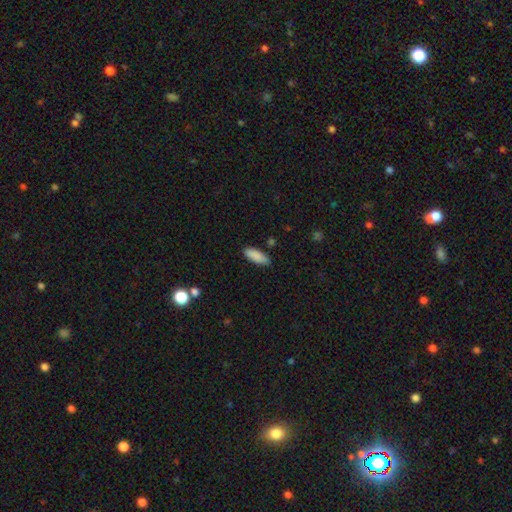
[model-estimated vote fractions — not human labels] A smooth galaxy with no disk features (88%) that is in between round and cigar-shaped (66%). Merging: none (86%).